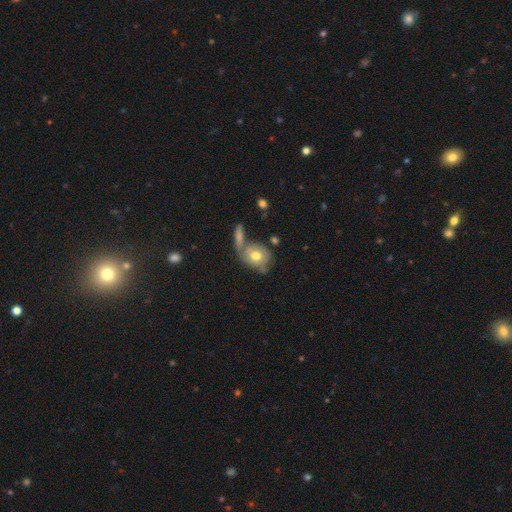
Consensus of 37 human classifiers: smooth_or_featured: smooth (p=0.54) [alt: featured or disk p=0.41]
how_rounded: in between (p=0.50) [alt: round p=0.45]
merging: merger (p=0.54) [alt: none p=0.23]